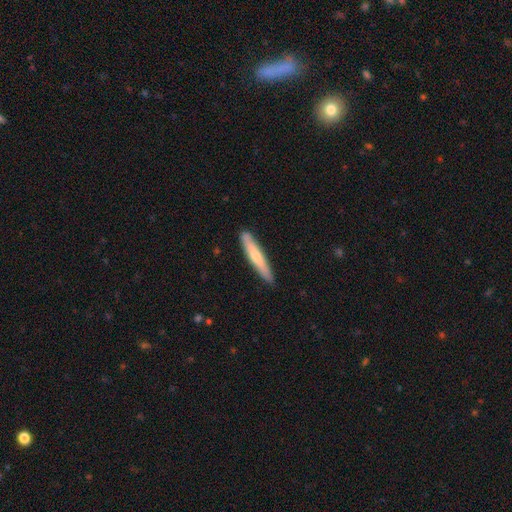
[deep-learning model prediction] Smooth or featured: smooth — 64% (featured or disk — 31%)
How rounded: cigar-shaped — 93% (in between — 6%)
Merging: none — 88% (minor disturbance — 10%)